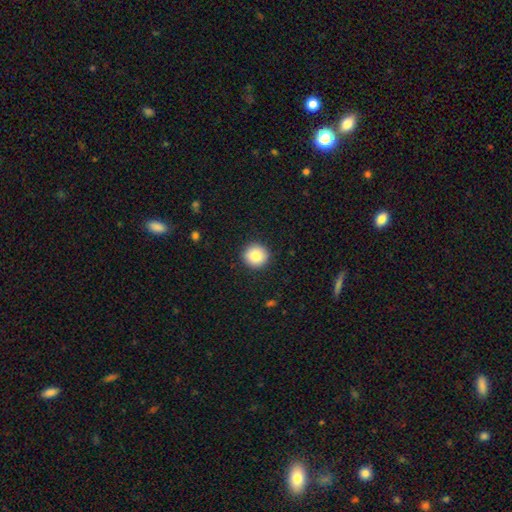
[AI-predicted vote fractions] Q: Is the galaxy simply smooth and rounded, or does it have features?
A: smooth — 83%.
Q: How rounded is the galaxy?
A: round — 95%.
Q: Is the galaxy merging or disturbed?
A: none — 92%.